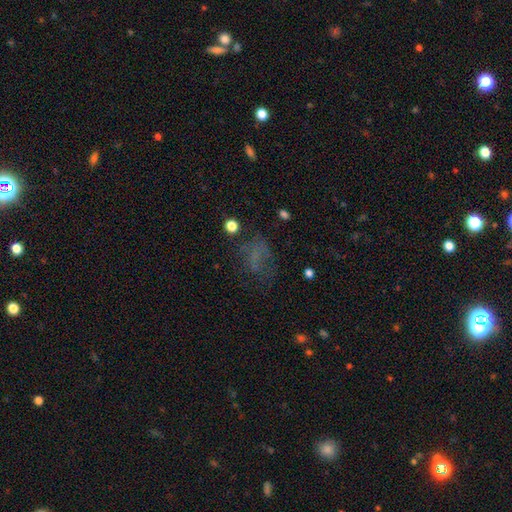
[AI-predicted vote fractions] The model was most divided on "smooth or featured": smooth: 46%, star or artifact: 29%, featured or disk: 25%. Remaining: merging — none (47%).